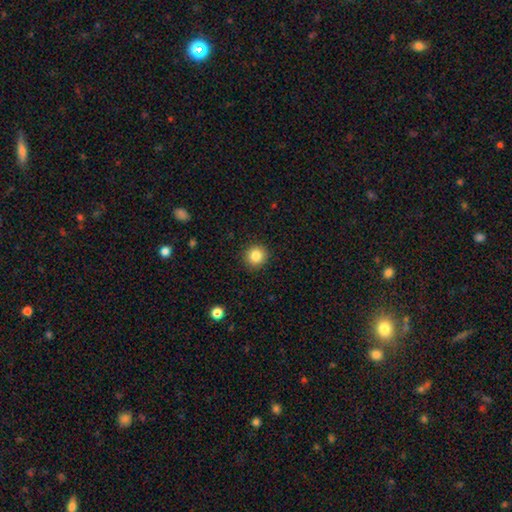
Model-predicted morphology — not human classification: Smooth or featured? Predicted: smooth (p=0.85). How rounded? Predicted: round (p=0.93). Merging? Predicted: none (p=0.92).